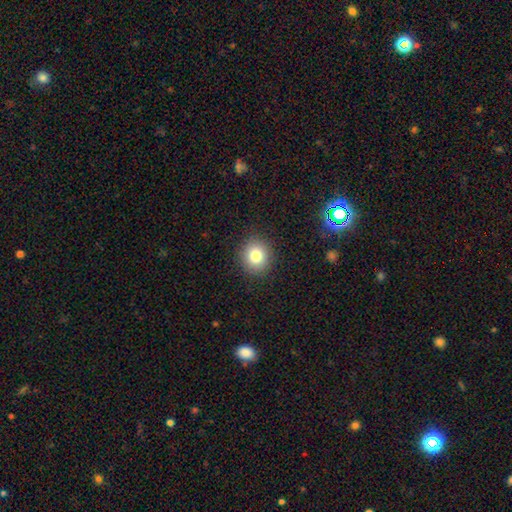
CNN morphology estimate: Q: Smooth or featured?
A: smooth (80%); runner-up: star or artifact (11%)
Q: How rounded?
A: round (85%); runner-up: in between (14%)
Q: Merging?
A: none (89%); runner-up: minor disturbance (7%)